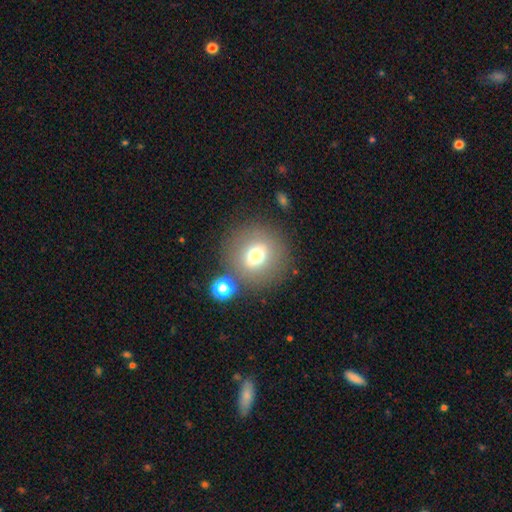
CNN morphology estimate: Overall: smooth (69%). How rounded: round (91%). Merging: none (77%).